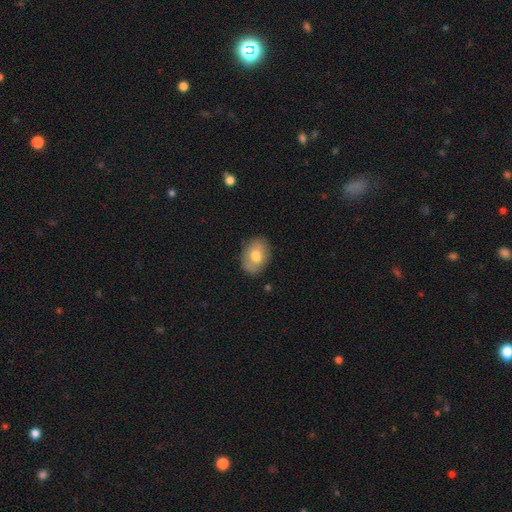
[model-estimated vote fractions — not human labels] A smooth galaxy with no disk features (72%) that is in between round and cigar-shaped (74%). Merging: none (82%).